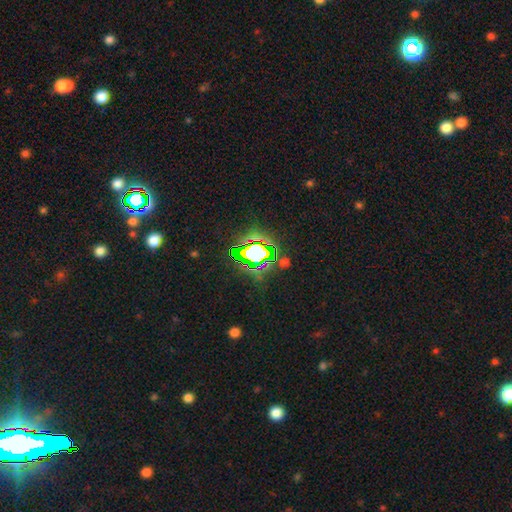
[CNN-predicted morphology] The model was most divided on "smooth or featured": star or artifact: 70%, smooth: 18%, featured or disk: 12%.